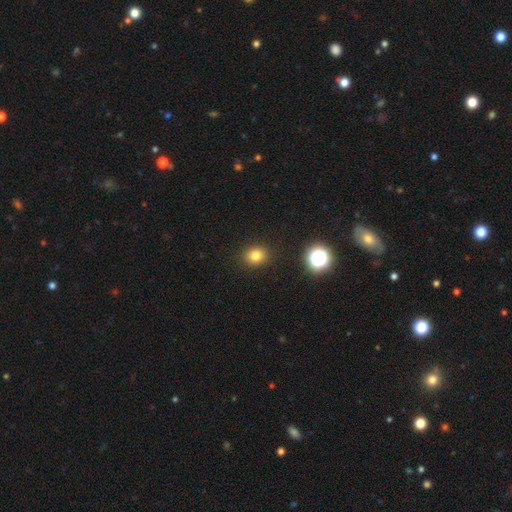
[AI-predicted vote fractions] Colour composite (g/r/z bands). It shows a smooth galaxy with no disk features (79%) that is round (64%). Merging: none (89%).